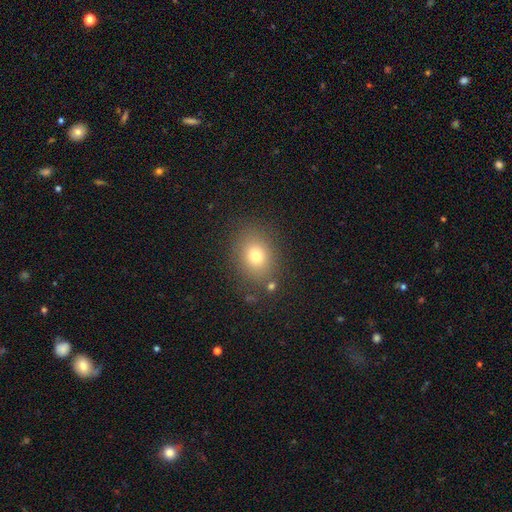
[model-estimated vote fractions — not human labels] This is likely a smooth galaxy (75%). How rounded: possibly round (50%). Merging: clearly none (83%).